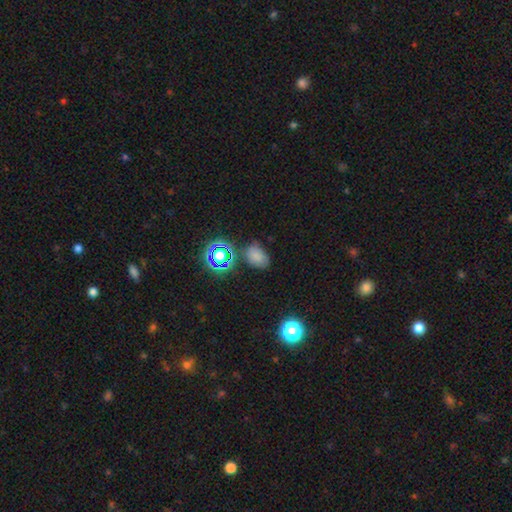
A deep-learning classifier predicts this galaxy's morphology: smooth 67%, star or artifact 25%, featured or disk 8%. Down the decision tree: how rounded — in between (76%); merging — none (66%).